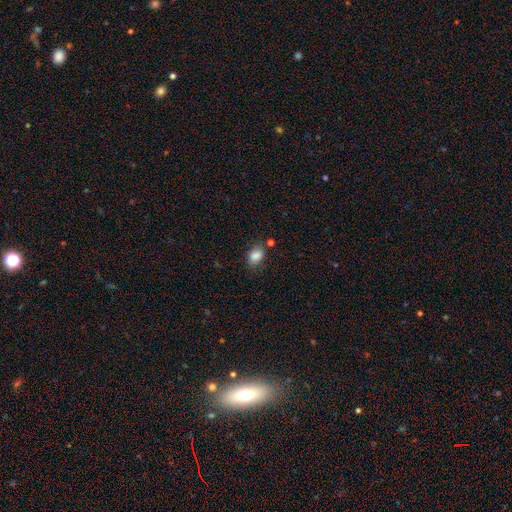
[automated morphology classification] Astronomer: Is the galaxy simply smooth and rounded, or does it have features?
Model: smooth — 85%.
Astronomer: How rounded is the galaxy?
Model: in between — 78%.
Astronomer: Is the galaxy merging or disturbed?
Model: none — 70%.